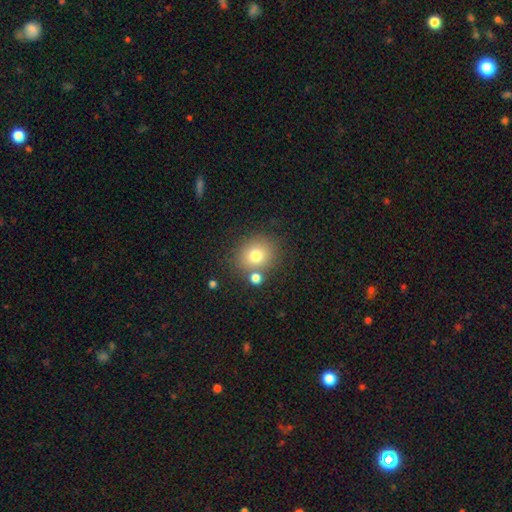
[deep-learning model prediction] Q: Smooth or featured?
A: smooth (75%); runner-up: star or artifact (13%)
Q: How rounded?
A: round (76%); runner-up: in between (23%)
Q: Merging?
A: none (72%); runner-up: merger (14%)